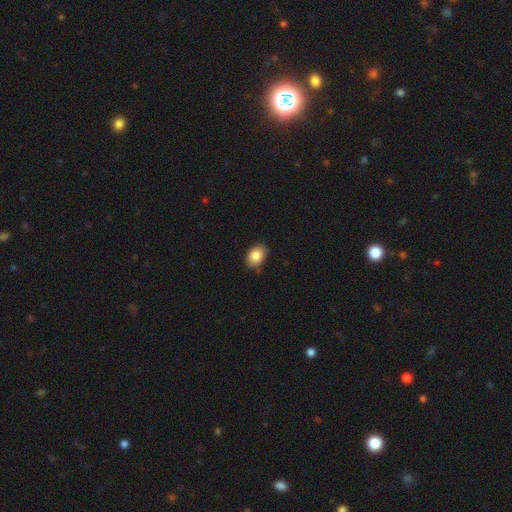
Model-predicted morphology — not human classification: A smooth galaxy with no disk features (85%) that is in between round and cigar-shaped (79%).

Vote fractions:
- Smooth or featured? smooth: 85% / featured or disk: 8% / star or artifact: 8%
- How rounded? in between: 79% / round: 20% / cigar-shaped: 1%
- Merging? none: 82% / minor disturbance: 15% / major disturbance: 2% / merger: 1%